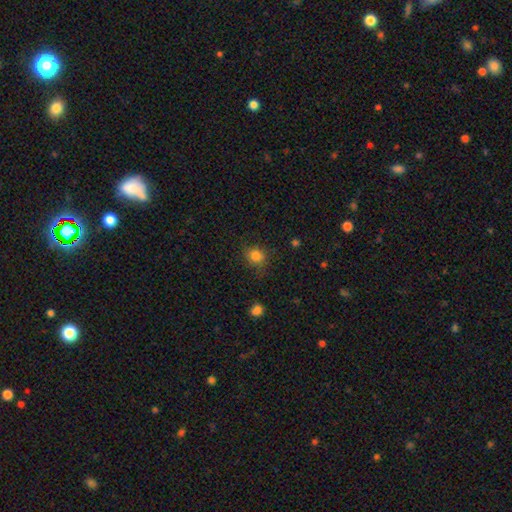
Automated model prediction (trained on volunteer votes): Smooth or featured: smooth — 82% (star or artifact — 13%)
How rounded: round — 81% (in between — 18%)
Merging: none — 78% (minor disturbance — 15%)